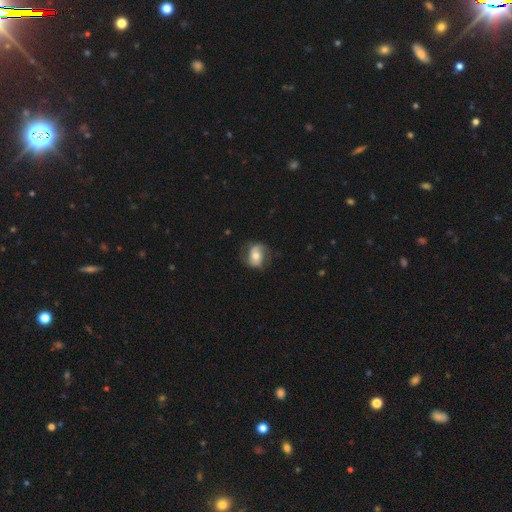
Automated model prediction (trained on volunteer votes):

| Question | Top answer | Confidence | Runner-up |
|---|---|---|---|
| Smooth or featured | featured or disk | 52% | smooth (41%) |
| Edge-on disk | no | 96% | yes (4%) |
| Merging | none | 64% | minor disturbance (23%) |